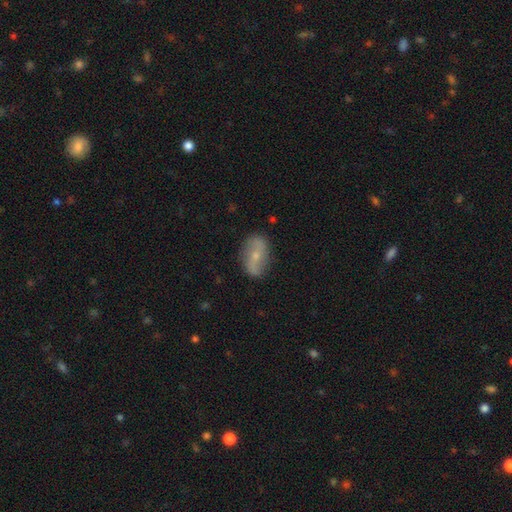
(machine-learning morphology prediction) This appears to be a featured or disk galaxy (62%) with no bar (47%), spiral arms (82%) and a small central bulge (60%). Merging: none (78%).